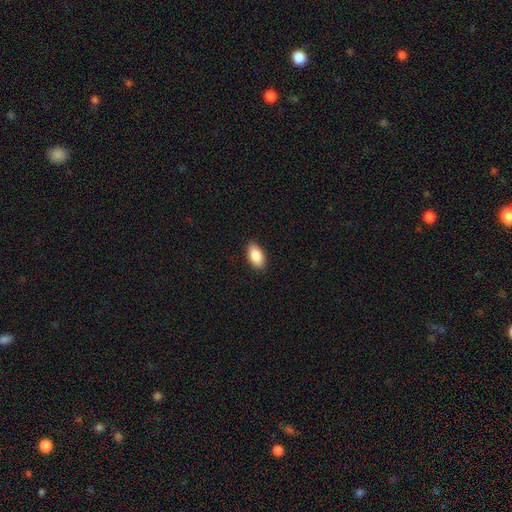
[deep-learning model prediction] smooth_or_featured: smooth (p=0.87) [alt: star or artifact p=0.07]
how_rounded: in between (p=0.93) [alt: round p=0.03]
merging: none (p=0.89) [alt: minor disturbance p=0.08]